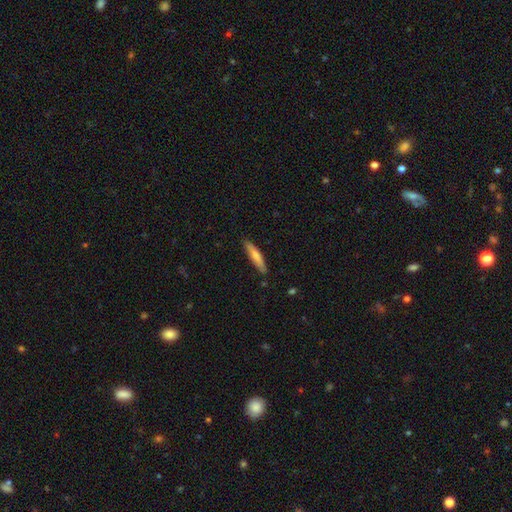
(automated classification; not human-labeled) smooth 68%, featured or disk 26%, star or artifact 5%. Down the decision tree: how rounded — cigar-shaped (88%); merging — none (86%).